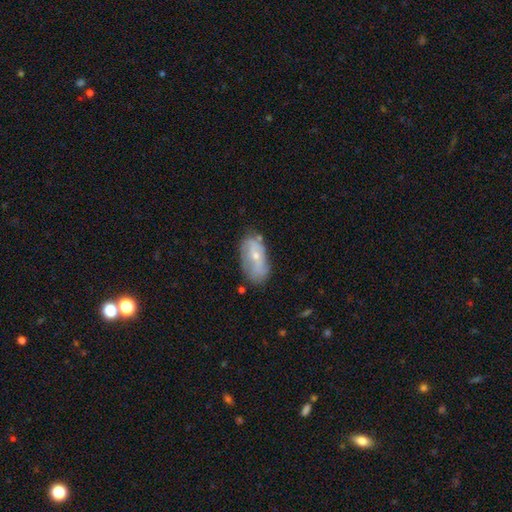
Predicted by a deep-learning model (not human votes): Smooth or featured? Predicted: featured or disk (p=0.54). Edge-on disk? Predicted: no (p=0.91). Merging? Predicted: none (p=0.57).